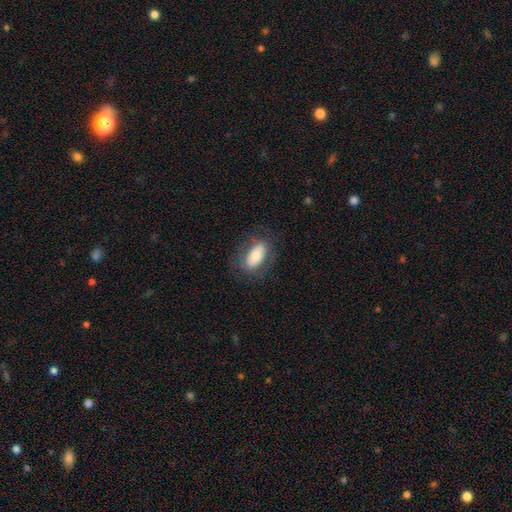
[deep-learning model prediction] A smooth galaxy with no disk features (65%) that is in between round and cigar-shaped (91%). Merging: none (74%).